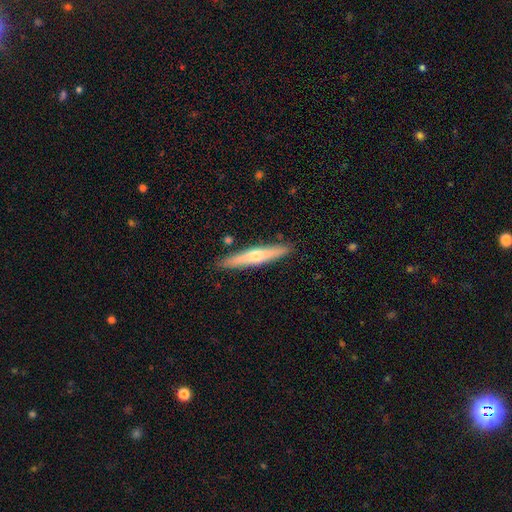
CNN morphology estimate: Smooth or featured?
  - featured or disk: 50% *
  - smooth: 44%
  - star or artifact: 5%
Edge-on disk?
  - yes: 94% *
  - no: 6%
Merging?
  - none: 89% *
  - minor disturbance: 8%
  - merger: 2%
  - major disturbance: 1%